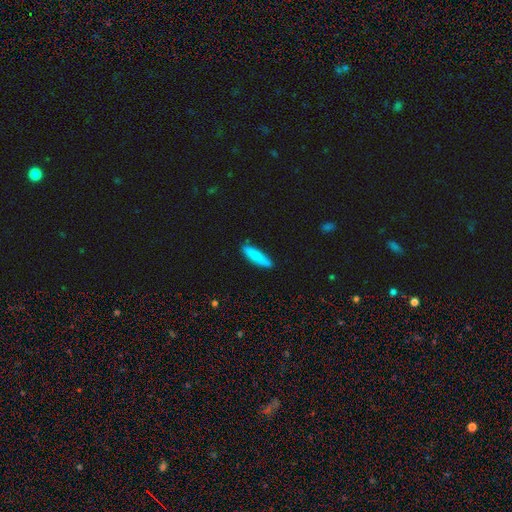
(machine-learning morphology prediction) Overall: smooth (85%). How rounded: cigar-shaped (81%). Merging: none (84%).